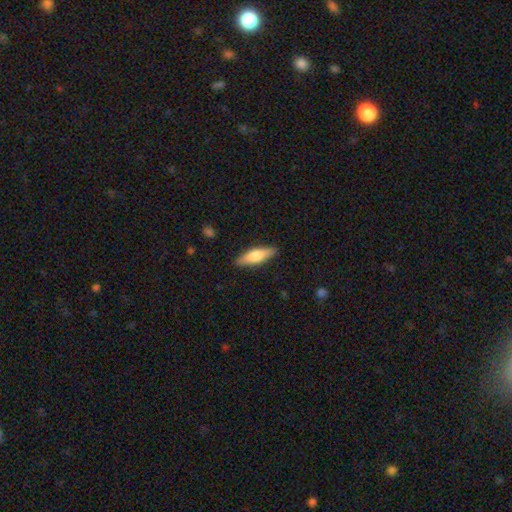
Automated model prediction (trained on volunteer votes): Smooth or featured? Predicted: smooth (p=0.64). How rounded? Predicted: cigar-shaped (p=0.52). Merging? Predicted: none (p=0.88).